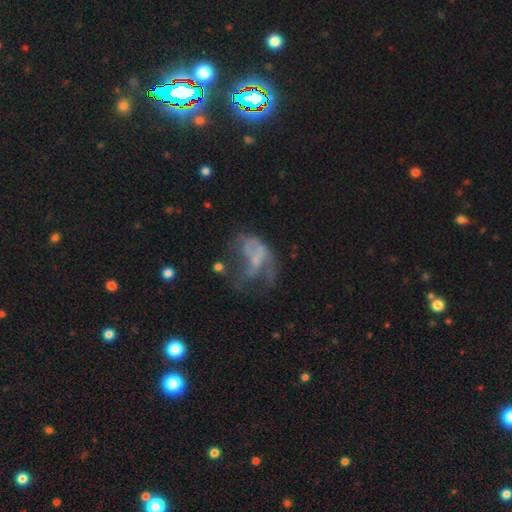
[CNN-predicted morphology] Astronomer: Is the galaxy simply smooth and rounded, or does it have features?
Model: featured or disk — 59%.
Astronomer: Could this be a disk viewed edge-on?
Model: no — 97%.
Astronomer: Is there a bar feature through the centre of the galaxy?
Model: no — 76%.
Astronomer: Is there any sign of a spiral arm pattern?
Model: no — 69%.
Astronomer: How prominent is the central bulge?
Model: none — 49% (runner-up: small, 36%).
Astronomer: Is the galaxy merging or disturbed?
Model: major disturbance — 50%.